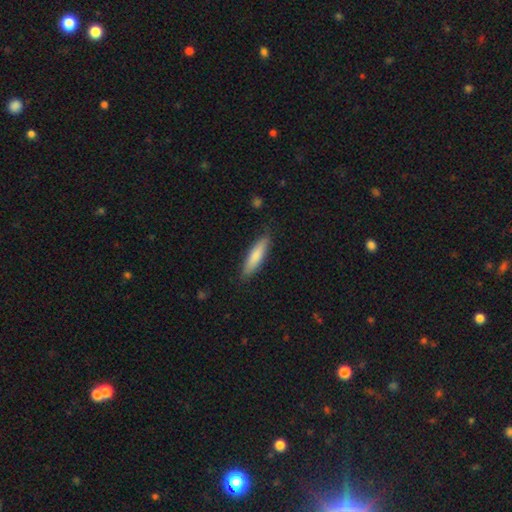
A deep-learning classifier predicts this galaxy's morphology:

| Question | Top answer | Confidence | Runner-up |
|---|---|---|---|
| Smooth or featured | smooth | 79% | featured or disk (16%) |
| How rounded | cigar-shaped | 76% | in between (23%) |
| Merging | none | 86% | minor disturbance (11%) |